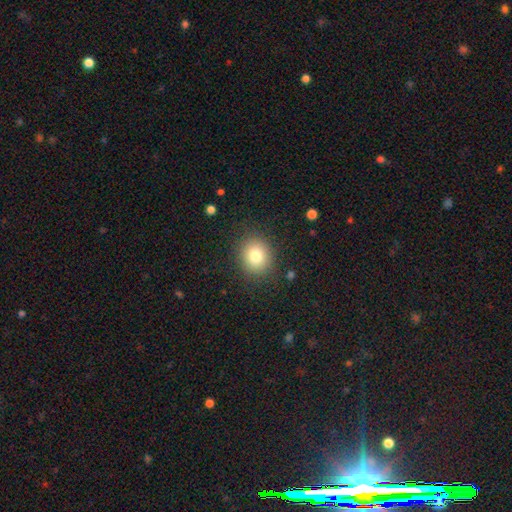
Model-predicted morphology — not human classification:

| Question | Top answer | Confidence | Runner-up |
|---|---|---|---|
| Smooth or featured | smooth | 80% | star or artifact (11%) |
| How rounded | round | 75% | in between (24%) |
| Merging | none | 86% | minor disturbance (9%) |